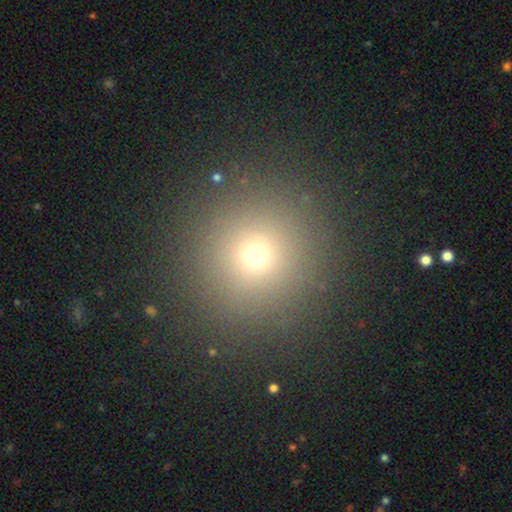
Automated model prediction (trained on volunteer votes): Smooth or featured? Predicted: smooth (p=0.67). How rounded? Predicted: round (p=0.95). Merging? Predicted: none (p=0.91).